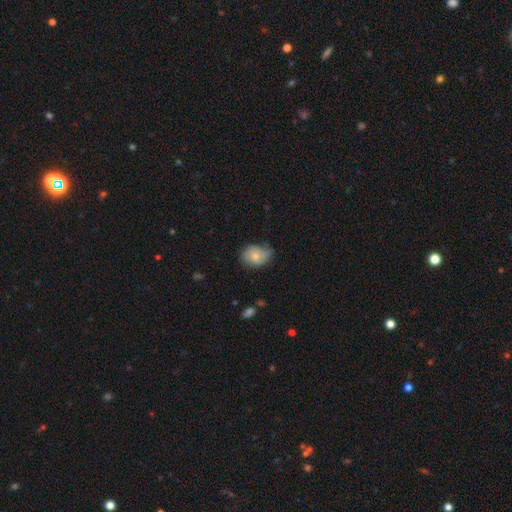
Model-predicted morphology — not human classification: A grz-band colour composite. It shows a smooth galaxy with no disk features (68%) that is in between round and cigar-shaped (54%). Merging: none (52%).